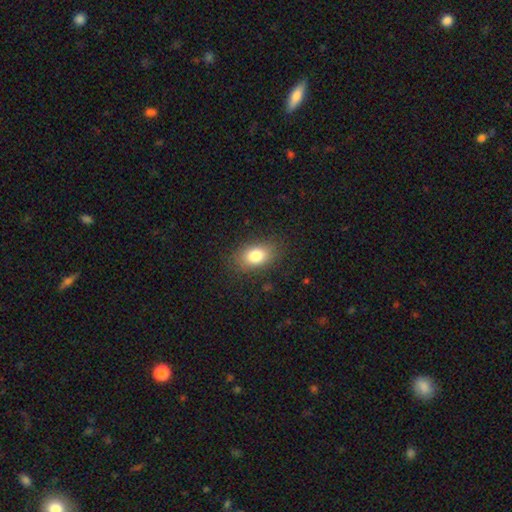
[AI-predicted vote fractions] A smooth galaxy with no disk features (81%) that is in between round and cigar-shaped (84%). Merging: none (82%).